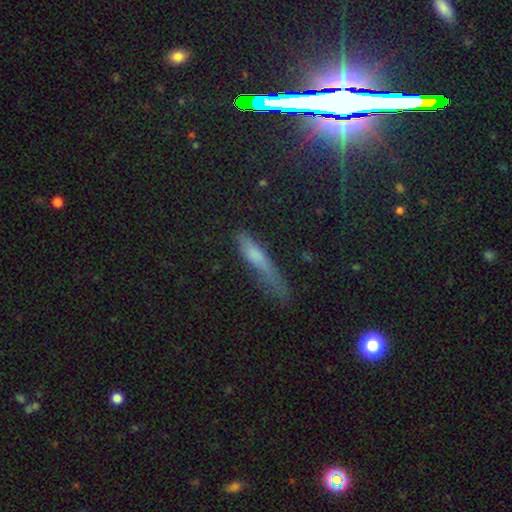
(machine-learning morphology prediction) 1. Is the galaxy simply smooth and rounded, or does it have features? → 67% smooth, 21% featured or disk, 13% star or artifact.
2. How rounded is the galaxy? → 82% cigar-shaped, 14% in between, 3% round.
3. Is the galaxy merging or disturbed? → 41% none, 33% minor disturbance, 21% major disturbance, 5% merger.